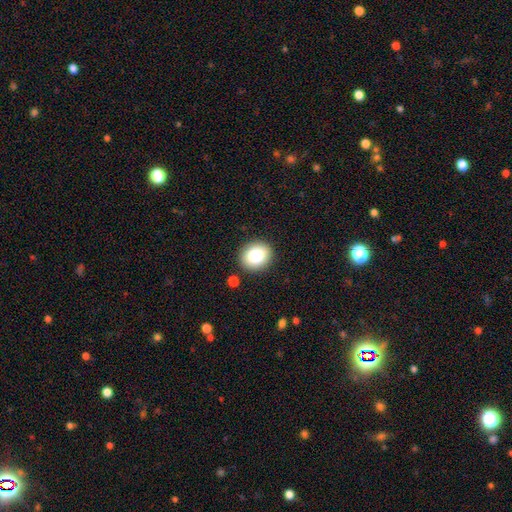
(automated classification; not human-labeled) smooth-or-featured: smooth: 82% | star or artifact: 9% | featured or disk: 9%
  how-rounded: round: 69% | in between: 30% | cigar-shaped: 1%
  merging: none: 89% | minor disturbance: 7% | major disturbance: 2% | merger: 2%